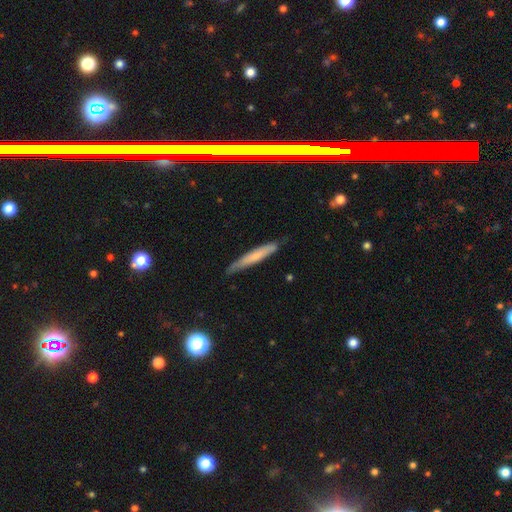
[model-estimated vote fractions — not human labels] Morphology: type=smooth (62%); roundness=cigar-shaped (93%); merging=none (79%).